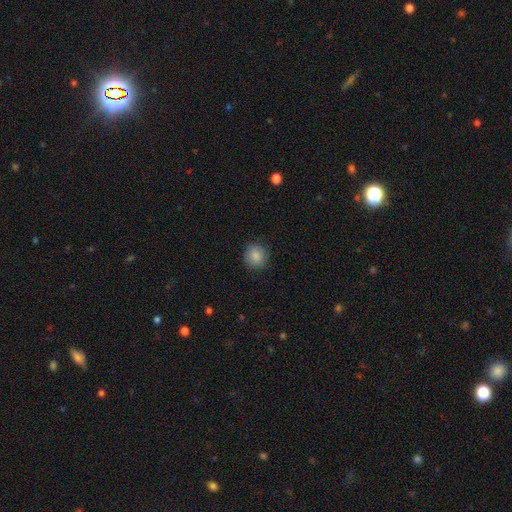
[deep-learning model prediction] smooth_or_featured: smooth (p=0.86) [alt: star or artifact p=0.08]
how_rounded: round (p=0.88) [alt: in between p=0.11]
merging: none (p=0.86) [alt: minor disturbance p=0.10]